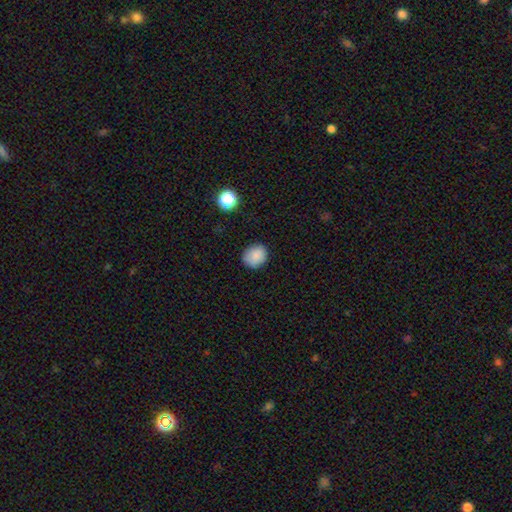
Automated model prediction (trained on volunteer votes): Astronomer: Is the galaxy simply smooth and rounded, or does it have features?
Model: smooth — 86%.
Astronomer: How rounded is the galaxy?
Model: round — 68%.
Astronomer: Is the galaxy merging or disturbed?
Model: none — 84%.